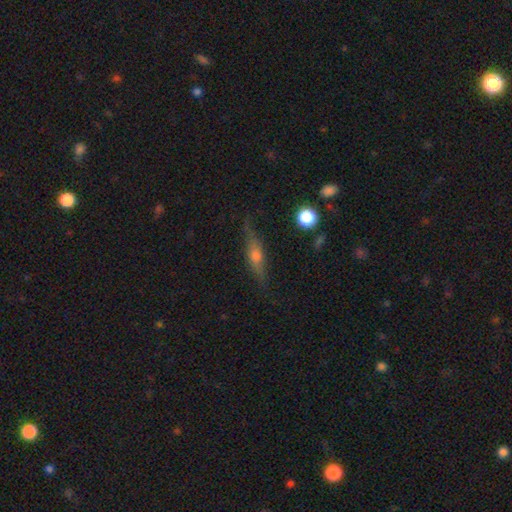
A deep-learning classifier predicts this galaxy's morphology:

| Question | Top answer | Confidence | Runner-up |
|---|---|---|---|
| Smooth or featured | featured or disk | 60% | smooth (31%) |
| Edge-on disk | yes | 92% | no (8%) |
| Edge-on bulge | rounded | 89% | none (6%) |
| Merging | none | 79% | minor disturbance (16%) |